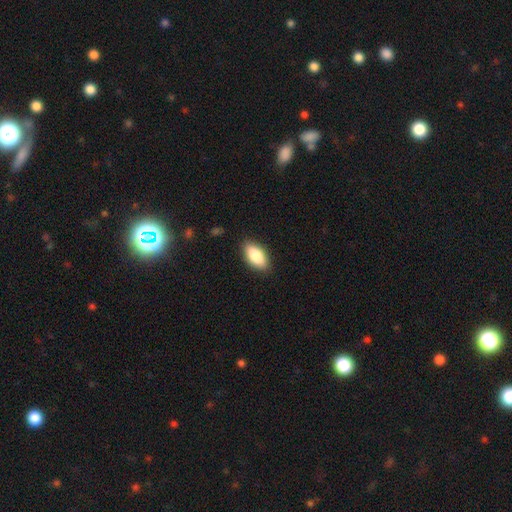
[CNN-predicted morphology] A smooth galaxy with no disk features (84%) that is in between round and cigar-shaped (89%).

Vote fractions:
- Smooth or featured? smooth: 84% / featured or disk: 10% / star or artifact: 6%
- How rounded? in between: 89% / cigar-shaped: 8% / round: 3%
- Merging? none: 87% / minor disturbance: 9% / major disturbance: 2% / merger: 1%